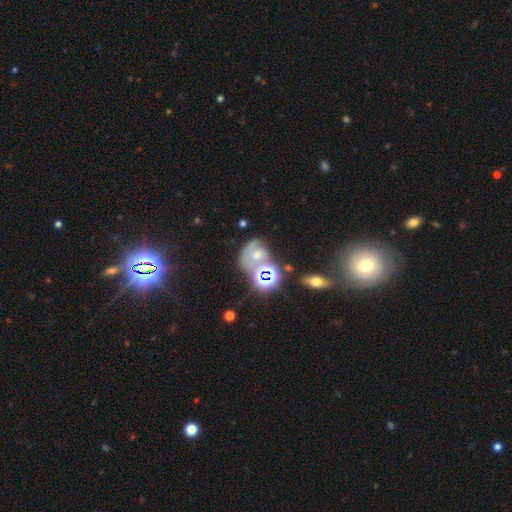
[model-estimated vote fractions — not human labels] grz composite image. It shows a featured or disk galaxy (44%). Merging: none (35%).